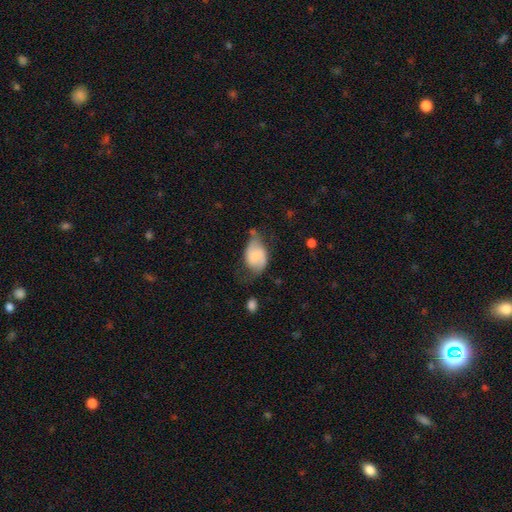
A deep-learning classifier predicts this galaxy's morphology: Smooth or featured? smooth (50%)
How rounded? in between (79%)
Merging? none (38%)